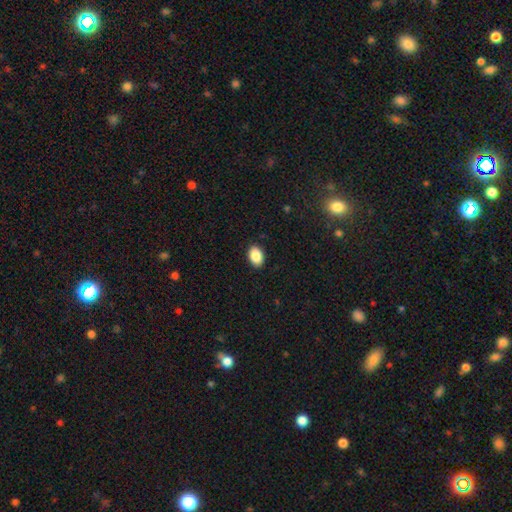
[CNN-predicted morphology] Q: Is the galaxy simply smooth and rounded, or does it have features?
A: smooth — 89%.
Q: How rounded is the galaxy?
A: in between — 86%.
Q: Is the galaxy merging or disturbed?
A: none — 90%.